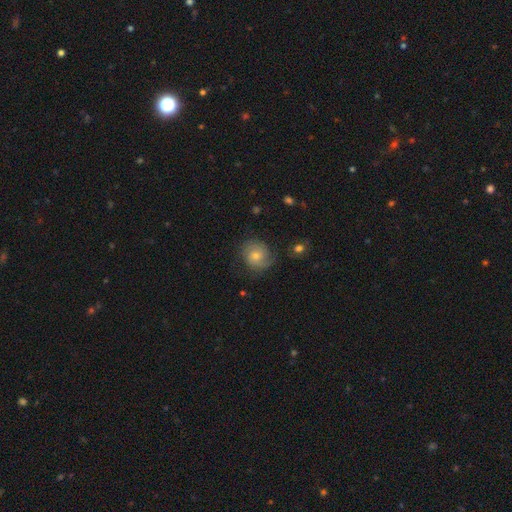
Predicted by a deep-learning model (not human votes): A featured or disk galaxy (47%).

Vote fractions:
- Smooth or featured? featured or disk: 47% / smooth: 41% / star or artifact: 12%
- Merging? none: 72% / minor disturbance: 19% / major disturbance: 7% / merger: 1%